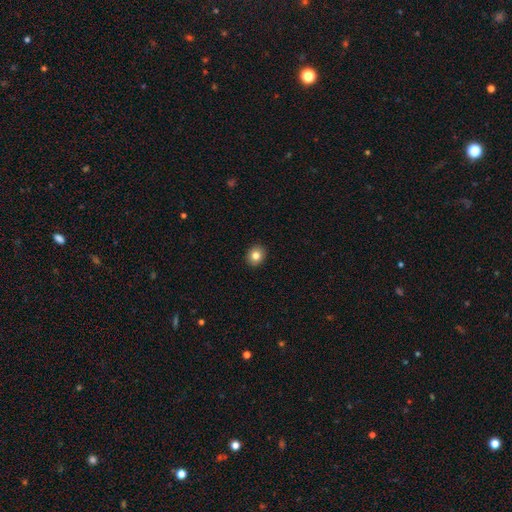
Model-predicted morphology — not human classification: This appears to be a smooth galaxy with no disk features (82%) that is round (73%). Merging: none (93%).